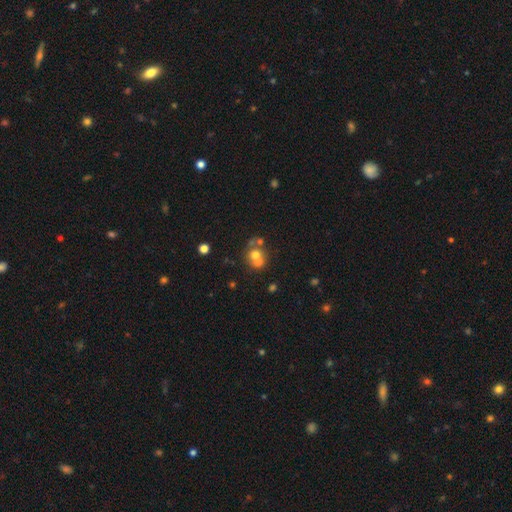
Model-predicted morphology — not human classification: Smooth or featured? smooth (60%)
How rounded? round (80%)
Merging? merger (52%)